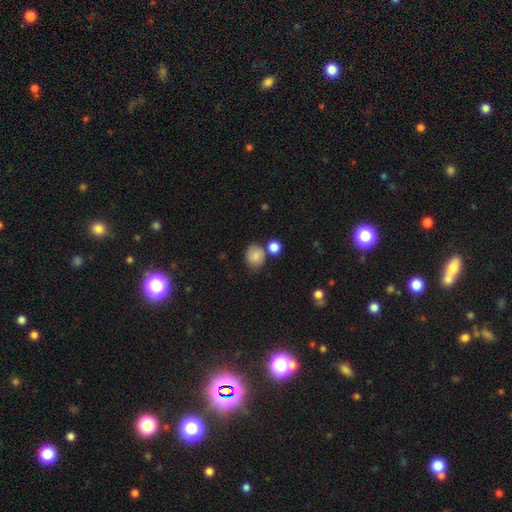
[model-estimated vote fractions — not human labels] smooth-or-featured: smooth: 82% | featured or disk: 9% | star or artifact: 9%
  how-rounded: round: 68% | in between: 31% | cigar-shaped: 1%
  merging: none: 64% | minor disturbance: 17% | merger: 15% | major disturbance: 4%